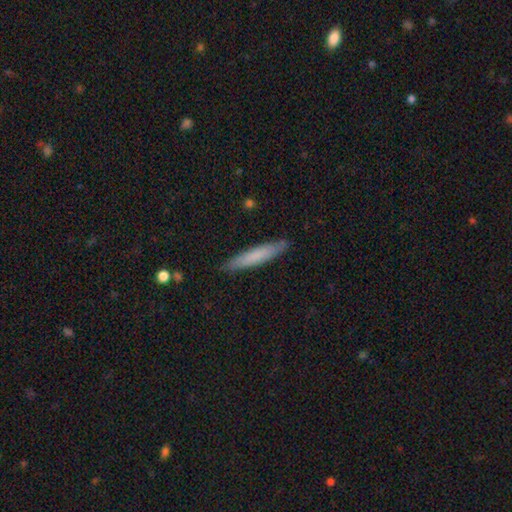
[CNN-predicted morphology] A smooth galaxy with no disk features (72%) that is cigar-shaped (92%).

Vote fractions:
- Smooth or featured? smooth: 72% / featured or disk: 22% / star or artifact: 6%
- How rounded? cigar-shaped: 92% / in between: 6% / round: 1%
- Merging? none: 87% / minor disturbance: 10% / major disturbance: 2% / merger: 1%